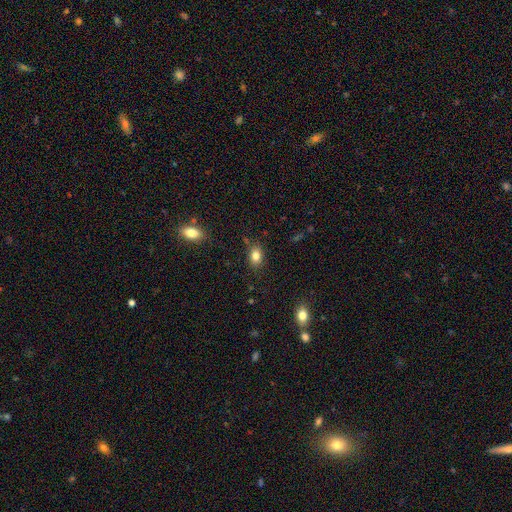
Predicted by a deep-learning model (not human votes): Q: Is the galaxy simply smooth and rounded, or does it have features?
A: smooth — 83%.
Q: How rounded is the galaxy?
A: in between — 79%.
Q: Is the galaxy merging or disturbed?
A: none — 81%.